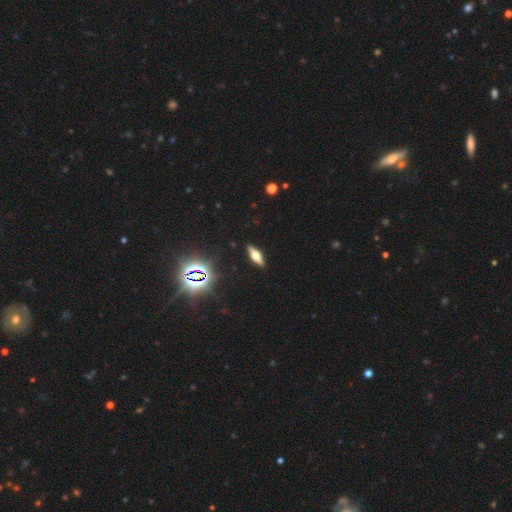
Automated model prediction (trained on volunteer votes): Smooth or featured? featured or disk (44%)
Merging? none (90%)